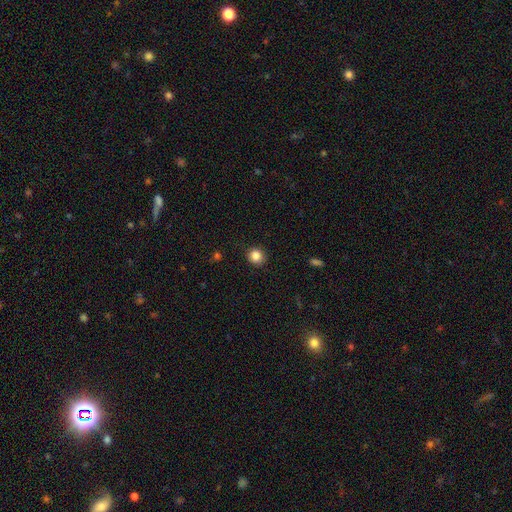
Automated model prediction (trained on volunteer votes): Smooth or featured: smooth — 85% (star or artifact — 10%)
How rounded: round — 87% (in between — 12%)
Merging: none — 91% (minor disturbance — 6%)